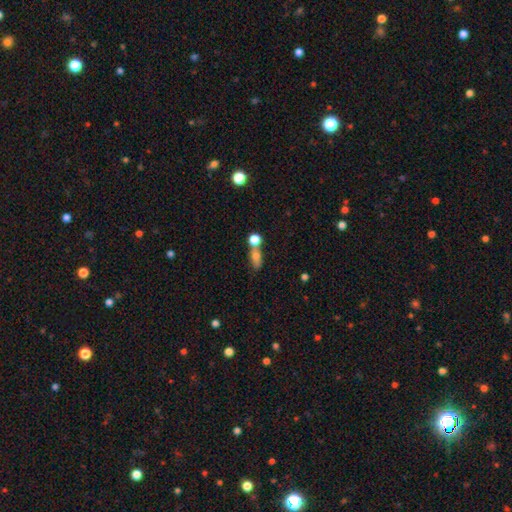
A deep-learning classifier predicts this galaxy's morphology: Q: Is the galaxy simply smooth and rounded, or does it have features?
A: smooth — 71%.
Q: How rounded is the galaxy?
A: in between — 55%.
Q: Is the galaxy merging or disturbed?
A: merger — 47%.